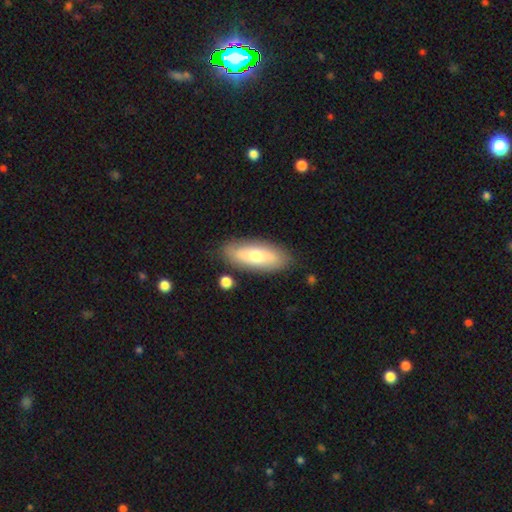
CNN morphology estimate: Overall: smooth (62%; featured or disk 33%). How rounded: in between (75%). Merging: none (83%).